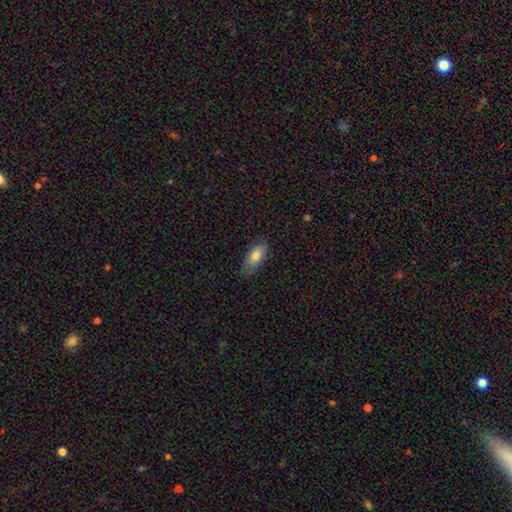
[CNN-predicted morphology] smooth 78%, featured or disk 16%, star or artifact 7%. Down the decision tree: how rounded — in between (83%); merging — none (75%).